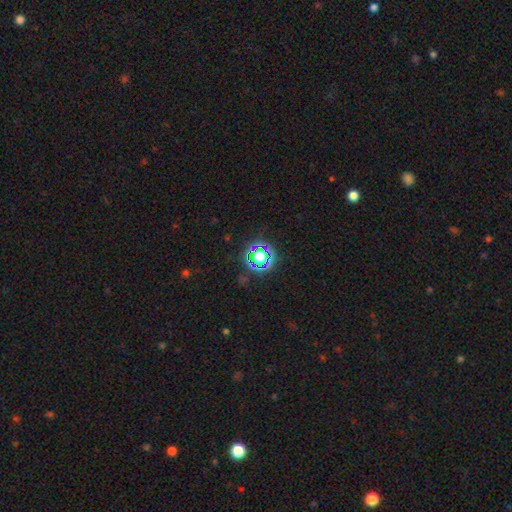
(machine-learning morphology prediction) Smooth or featured? Predicted: star or artifact (p=0.60).